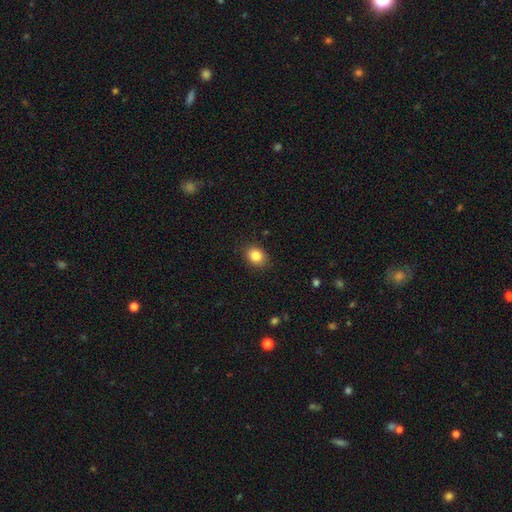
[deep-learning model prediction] Smooth or featured: smooth — 84% (star or artifact — 10%)
How rounded: round — 50% (in between — 49%)
Merging: none — 88% (minor disturbance — 9%)